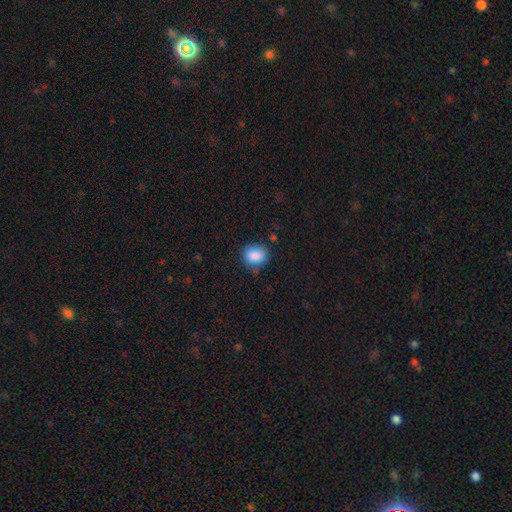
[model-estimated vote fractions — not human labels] This appears to be a smooth galaxy with no disk features (88%) that is round (57%). Merging: none (78%).